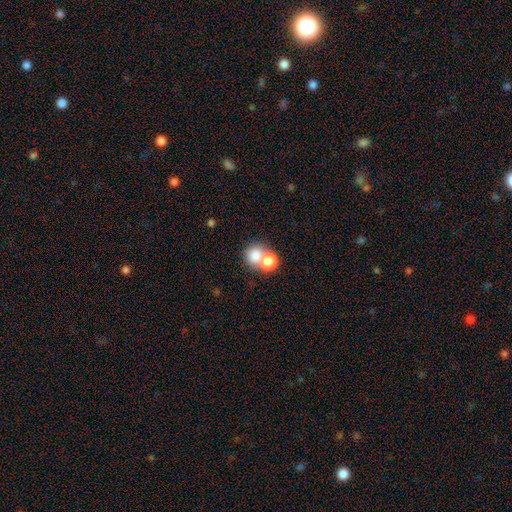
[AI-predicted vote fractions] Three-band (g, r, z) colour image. It shows a smooth galaxy with no disk features (76%) that is round (78%). Merging: merger (54%).